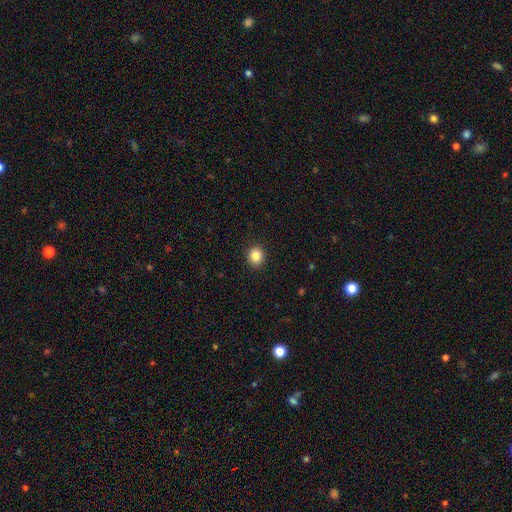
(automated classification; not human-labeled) A smooth galaxy with no disk features (84%) that is round (79%).

Vote fractions:
- Smooth or featured? smooth: 84% / star or artifact: 10% / featured or disk: 5%
- How rounded? round: 79% / in between: 20% / cigar-shaped: 1%
- Merging? none: 92% / minor disturbance: 5% / major disturbance: 2% / merger: 1%